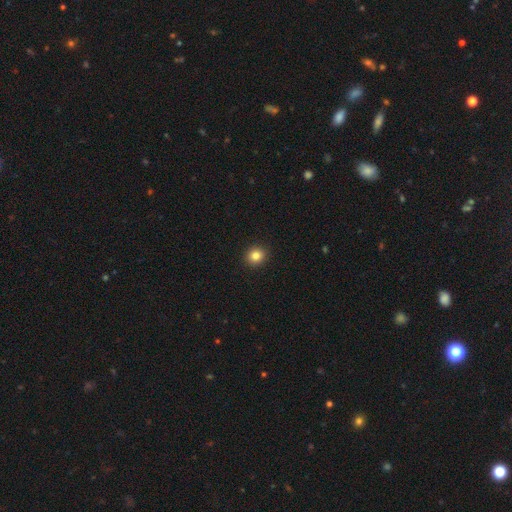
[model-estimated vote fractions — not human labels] This appears to be a smooth galaxy with no disk features (84%) that is round (86%). Merging: none (93%).